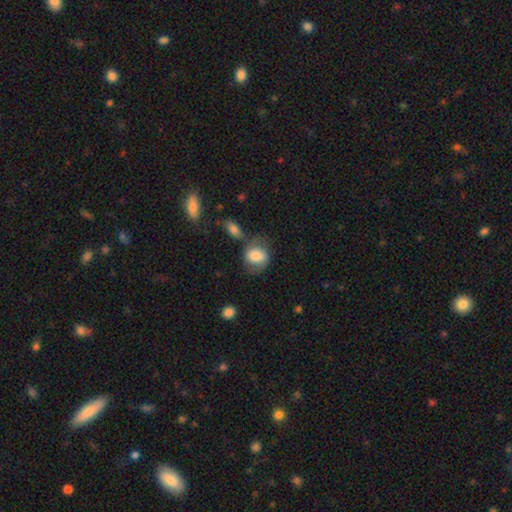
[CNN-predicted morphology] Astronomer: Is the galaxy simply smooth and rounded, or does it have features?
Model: smooth — 69%.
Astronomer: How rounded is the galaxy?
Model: round — 53% (runner-up: in between, 45%).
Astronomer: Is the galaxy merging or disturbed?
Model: none — 51%.